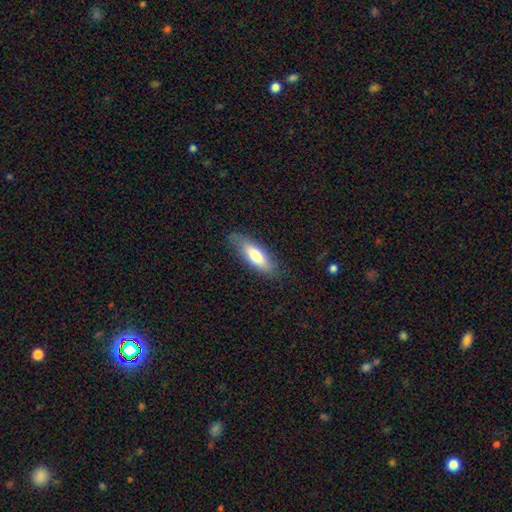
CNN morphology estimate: Smooth or featured? smooth (73%)
How rounded? in between (61%)
Merging? none (74%)